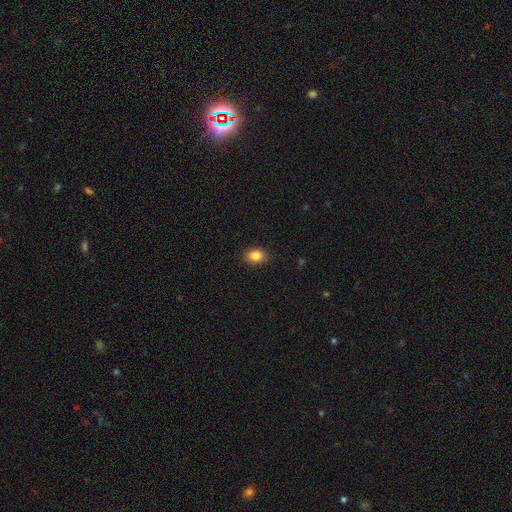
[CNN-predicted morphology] Overall: smooth (86%). How rounded: in between (75%). Merging: none (89%).